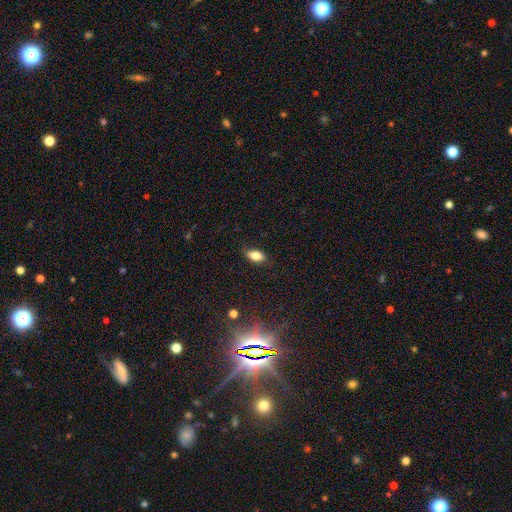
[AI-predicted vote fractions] A smooth galaxy with no disk features (80%) that is in between round and cigar-shaped (88%).

Vote fractions:
- Smooth or featured? smooth: 80% / featured or disk: 12% / star or artifact: 9%
- How rounded? in between: 88% / cigar-shaped: 8% / round: 5%
- Merging? none: 84% / minor disturbance: 12% / major disturbance: 3% / merger: 1%